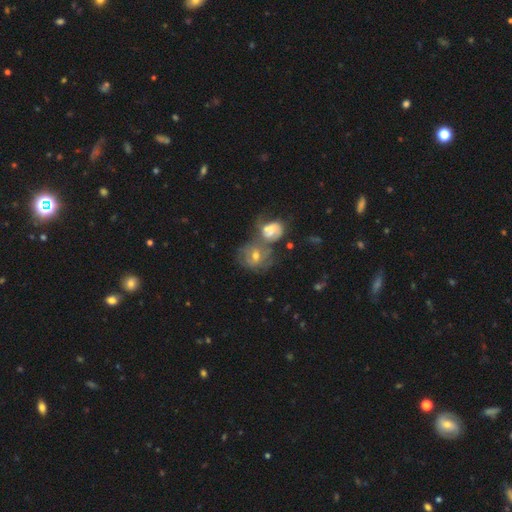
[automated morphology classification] A featured or disk galaxy (58%) with no bar (52%), spiral arms (71%) and a moderate central bulge (64%). Merging: merger (46%).